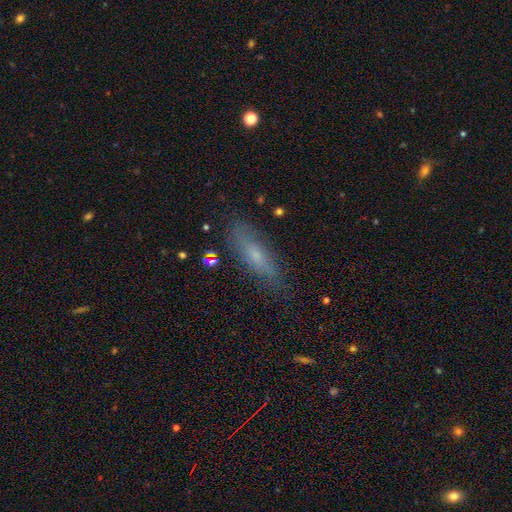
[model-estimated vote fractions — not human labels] Smooth or featured: smooth — 55% (featured or disk — 34%)
How rounded: cigar-shaped — 62% (in between — 36%)
Merging: none — 78% (minor disturbance — 16%)